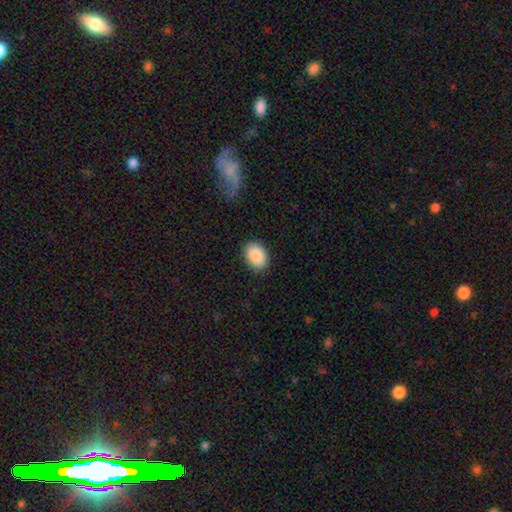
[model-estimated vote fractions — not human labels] Morphology: type=smooth (90%); roundness=in between (83%); merging=none (86%).